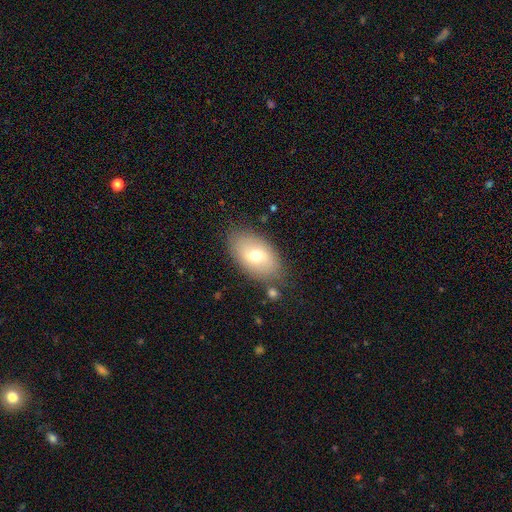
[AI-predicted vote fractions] Smooth or featured?
  - smooth: 67% *
  - featured or disk: 25%
  - star or artifact: 8%
How rounded?
  - in between: 91% *
  - round: 7%
  - cigar-shaped: 2%
Merging?
  - none: 79% *
  - minor disturbance: 14%
  - major disturbance: 4%
  - merger: 3%